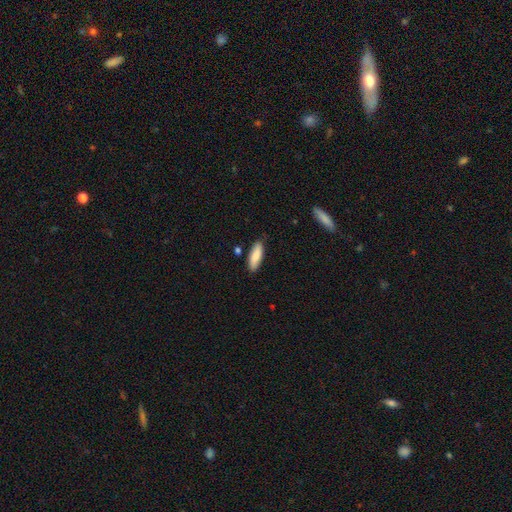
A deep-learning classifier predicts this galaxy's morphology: Q: Smooth or featured?
A: smooth (80%); runner-up: featured or disk (14%)
Q: How rounded?
A: in between (54%); runner-up: cigar-shaped (44%)
Q: Merging?
A: none (84%); runner-up: minor disturbance (12%)